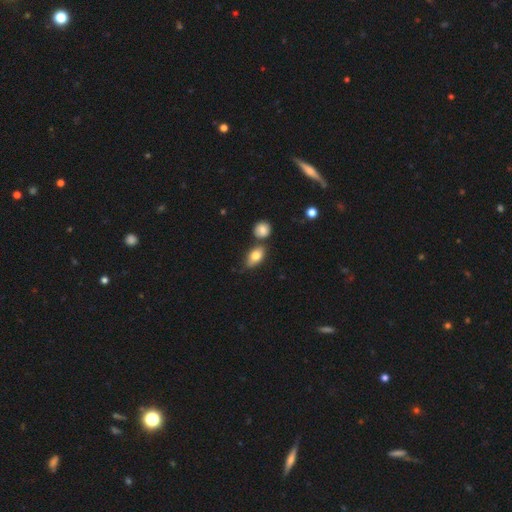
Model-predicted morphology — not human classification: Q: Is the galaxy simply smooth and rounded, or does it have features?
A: smooth — 79%.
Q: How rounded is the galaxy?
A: in between — 87%.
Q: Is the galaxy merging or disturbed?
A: none — 62%.